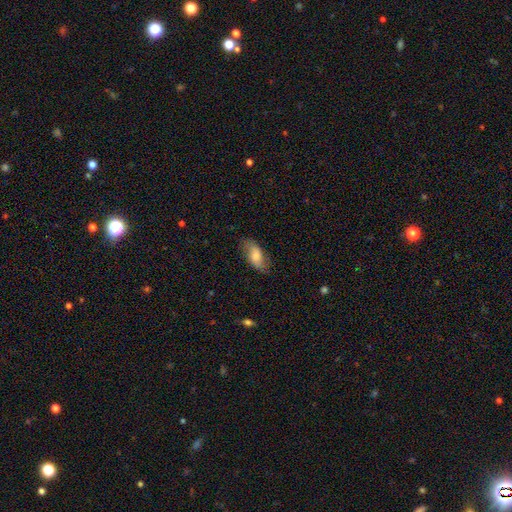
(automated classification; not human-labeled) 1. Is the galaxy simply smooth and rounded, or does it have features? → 68% smooth, 25% featured or disk, 7% star or artifact.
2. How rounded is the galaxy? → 89% in between, 7% cigar-shaped, 4% round.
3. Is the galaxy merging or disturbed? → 72% none, 20% minor disturbance, 7% major disturbance, 1% merger.